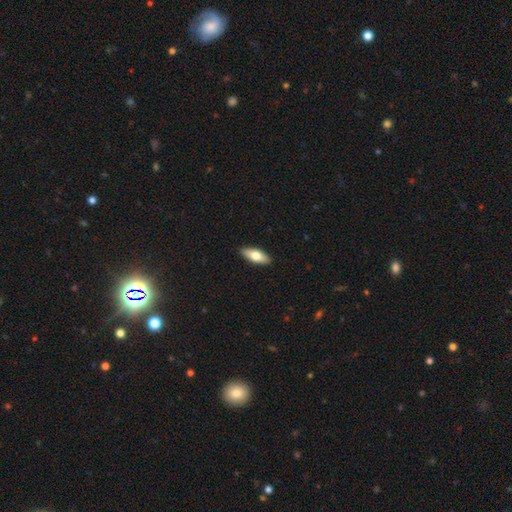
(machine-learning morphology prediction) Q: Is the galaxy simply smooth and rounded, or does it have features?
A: smooth — 69%.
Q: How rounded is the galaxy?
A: in between — 72%.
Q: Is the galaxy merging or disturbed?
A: none — 91%.